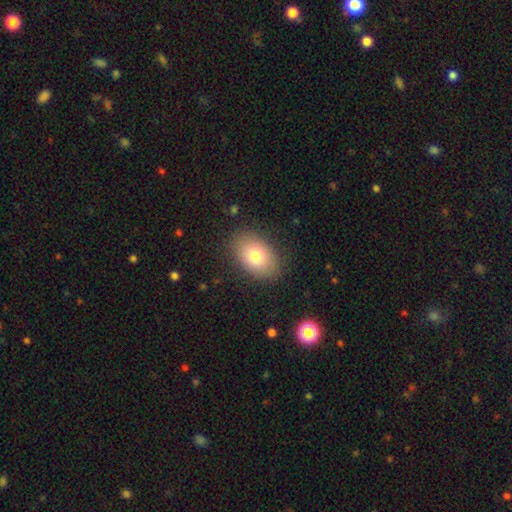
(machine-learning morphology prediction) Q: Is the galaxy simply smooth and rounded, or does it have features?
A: smooth — 79%.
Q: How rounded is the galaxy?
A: in between — 86%.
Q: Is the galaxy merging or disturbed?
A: none — 85%.